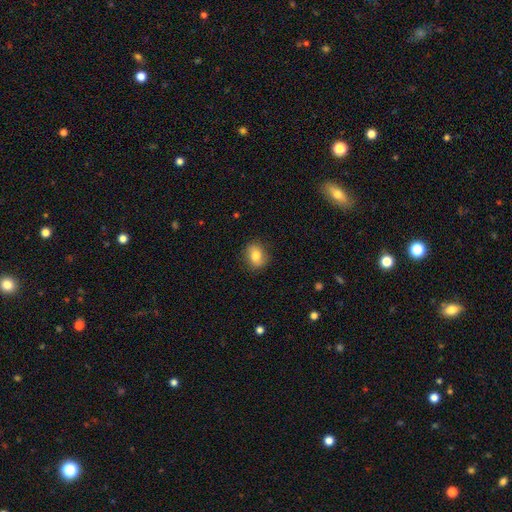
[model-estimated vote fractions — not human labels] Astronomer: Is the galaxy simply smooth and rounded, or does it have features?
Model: smooth — 77%.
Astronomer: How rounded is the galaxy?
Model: round — 50% (runner-up: in between, 48%).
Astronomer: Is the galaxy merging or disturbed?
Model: none — 84%.